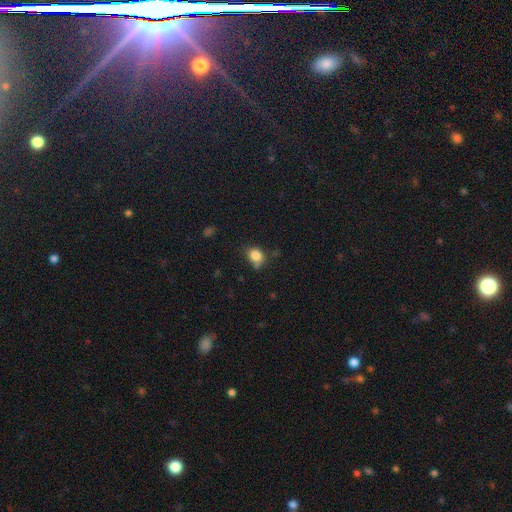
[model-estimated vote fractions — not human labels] Smooth or featured?
  - smooth: 83% *
  - star or artifact: 10%
  - featured or disk: 6%
How rounded?
  - round: 54% *
  - in between: 45%
  - cigar-shaped: 1%
Merging?
  - none: 62% *
  - minor disturbance: 24%
  - merger: 9%
  - major disturbance: 6%